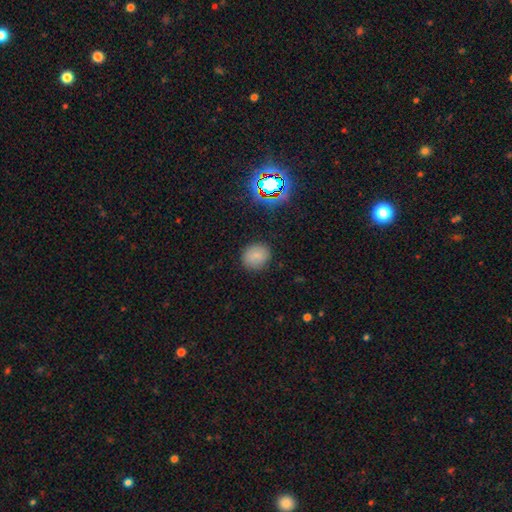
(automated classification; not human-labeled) Morphology: type=smooth (78%); roundness=round (76%); merging=none (86%).